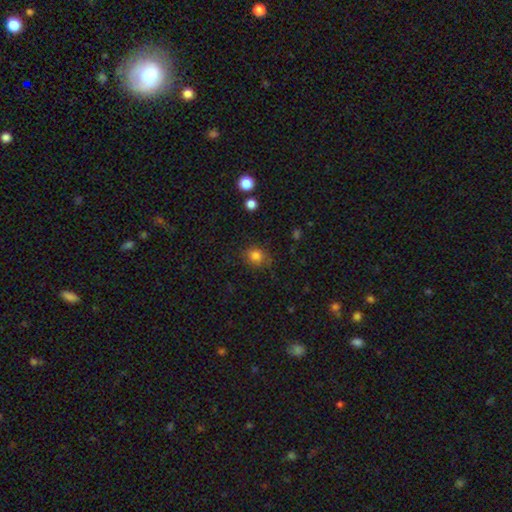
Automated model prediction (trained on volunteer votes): Q: Smooth or featured?
A: smooth (82%); runner-up: star or artifact (12%)
Q: How rounded?
A: round (74%); runner-up: in between (25%)
Q: Merging?
A: none (80%); runner-up: minor disturbance (14%)